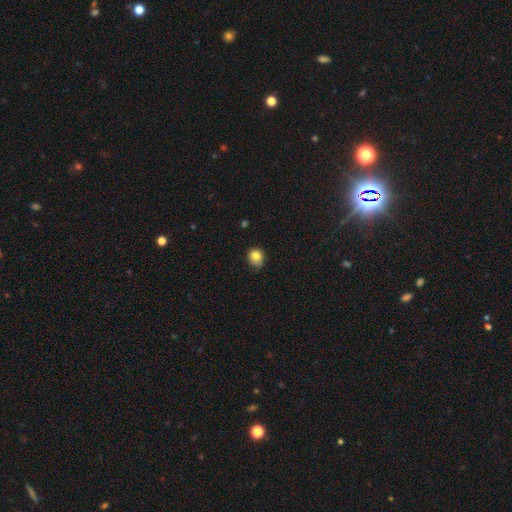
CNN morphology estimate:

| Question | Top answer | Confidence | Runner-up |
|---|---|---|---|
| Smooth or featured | smooth | 81% | star or artifact (11%) |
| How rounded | round | 81% | in between (18%) |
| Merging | none | 68% | minor disturbance (26%) |